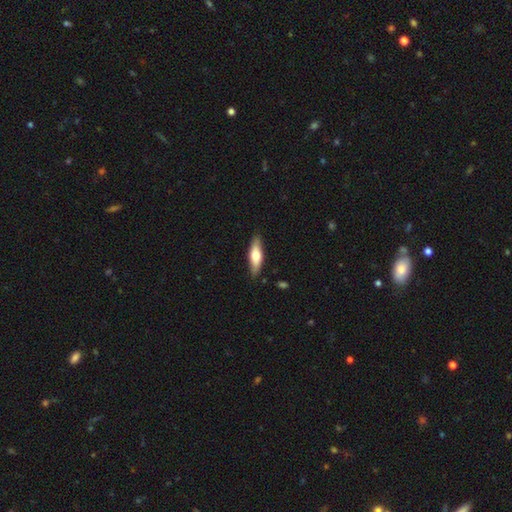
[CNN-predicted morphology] smooth_or_featured: smooth (p=0.58) [alt: featured or disk p=0.37]
how_rounded: cigar-shaped (p=0.55) [alt: in between p=0.43]
merging: none (p=0.86) [alt: minor disturbance p=0.11]